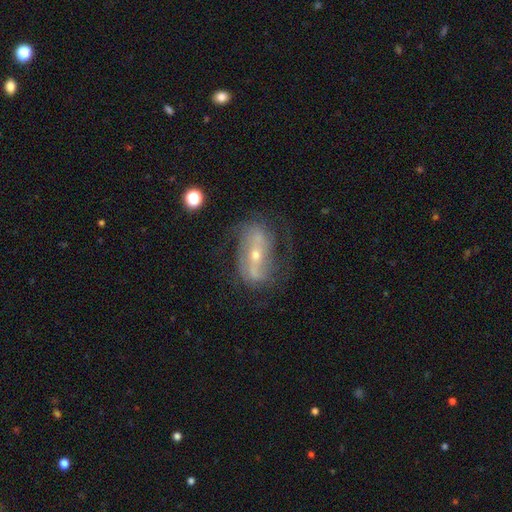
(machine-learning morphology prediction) smooth-or-featured: featured or disk: 79% | smooth: 13% | star or artifact: 8%
  disk-edge-on: no: 90% | yes: 10%
    bar: strong: 53% | weak: 25% | no: 22%
    has-spiral-arms: yes: 79% | no: 21%
      spiral-winding: medium: 40% | loose: 35% | tight: 25%
      spiral-arm-count: 2: 75% | can't tell: 15% | 1: 4% | 3: 3% | 4: 2% | more than 4: 1%
    bulge-size: small: 59% | moderate: 38% | large: 1% | none: 1% | dominant: 1%
  merging: none: 60% | minor disturbance: 21% | major disturbance: 16% | merger: 3%